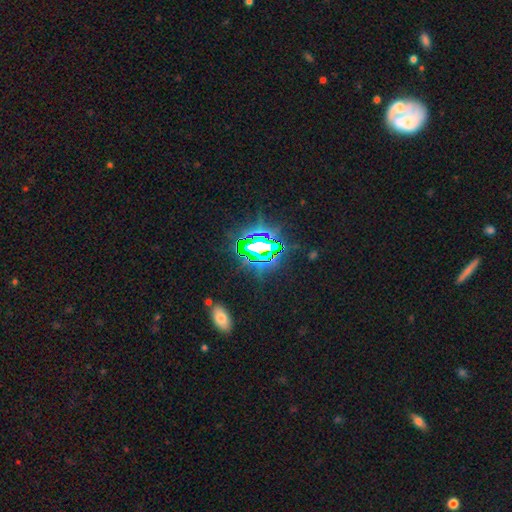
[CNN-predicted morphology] Smooth or featured: star or artifact — 77% (smooth — 15%)